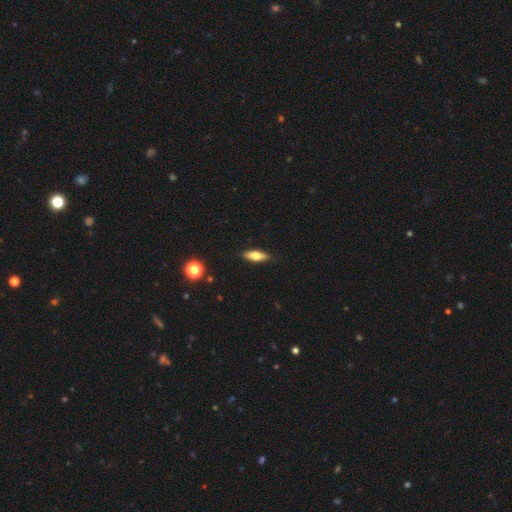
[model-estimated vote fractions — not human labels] This appears to be a smooth galaxy with no disk features (66%) that is in between round and cigar-shaped (63%). Merging: none (89%).